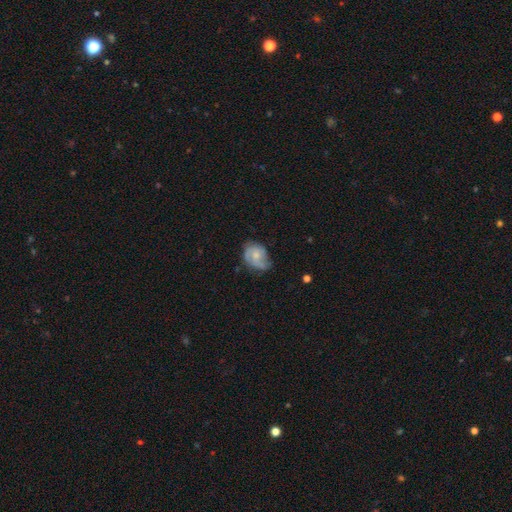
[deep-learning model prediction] Morphology: type=featured or disk (60%); edge-on=no (97%); bar=no (70%); spiral arms=yes (86%); winding=medium (44%); arm count=2 (54%); bulge=moderate (46%); merging=none (50%).